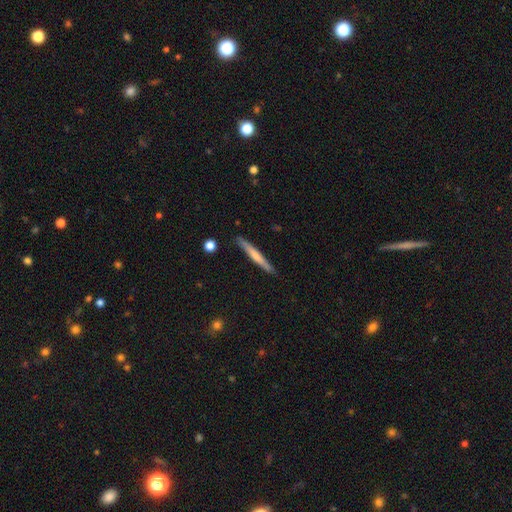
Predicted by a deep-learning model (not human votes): smooth_or_featured: smooth (p=0.55) [alt: featured or disk p=0.40]
how_rounded: cigar-shaped (p=0.96) [alt: in between p=0.03]
merging: none (p=0.88) [alt: minor disturbance p=0.09]